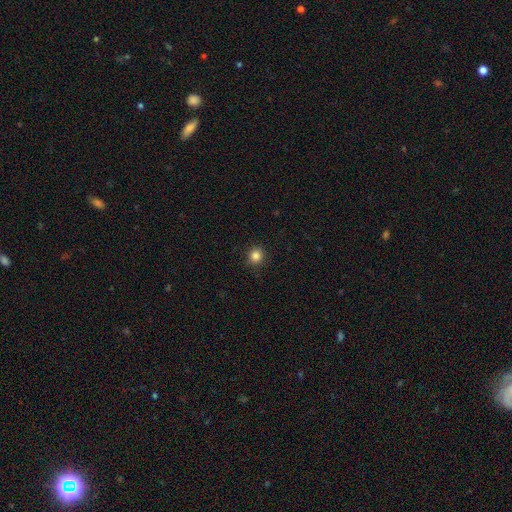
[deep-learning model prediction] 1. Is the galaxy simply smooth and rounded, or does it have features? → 84% smooth, 12% star or artifact, 4% featured or disk.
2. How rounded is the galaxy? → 91% round, 8% in between, 1% cigar-shaped.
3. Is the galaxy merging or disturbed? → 91% none, 6% minor disturbance, 2% major disturbance, 1% merger.